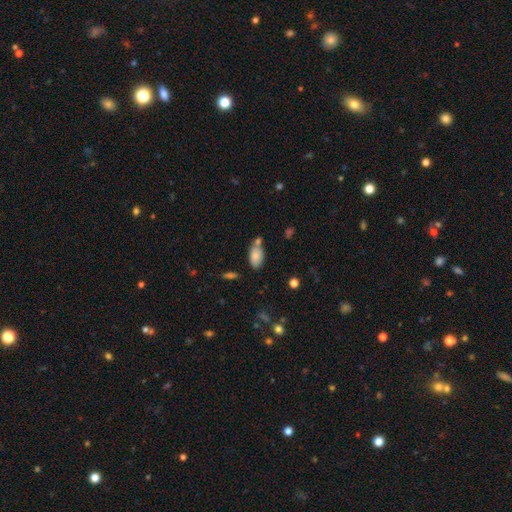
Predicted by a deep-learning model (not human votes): A smooth galaxy with no disk features (81%) that is in between round and cigar-shaped (93%).

Vote fractions:
- Smooth or featured? smooth: 81% / featured or disk: 12% / star or artifact: 8%
- How rounded? in between: 93% / round: 4% / cigar-shaped: 3%
- Merging? none: 59% / merger: 20% / minor disturbance: 17% / major disturbance: 4%